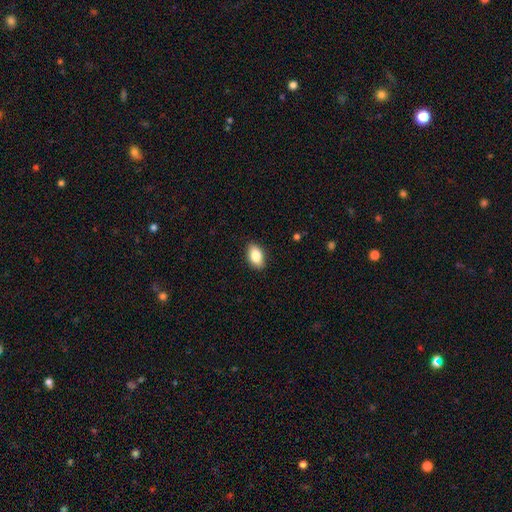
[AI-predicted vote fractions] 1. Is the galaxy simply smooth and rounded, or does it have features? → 85% smooth, 8% featured or disk, 7% star or artifact.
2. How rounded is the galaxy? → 91% in between, 7% round, 3% cigar-shaped.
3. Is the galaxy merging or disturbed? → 88% none, 9% minor disturbance, 2% major disturbance, 1% merger.